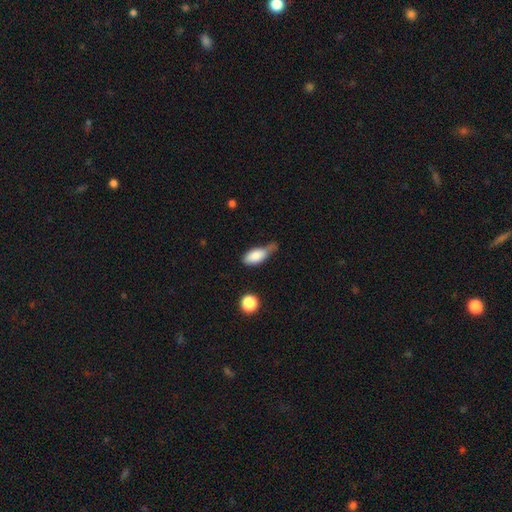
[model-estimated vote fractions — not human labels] Smooth or featured? smooth (83%)
How rounded? in between (87%)
Merging? minor disturbance (41%)